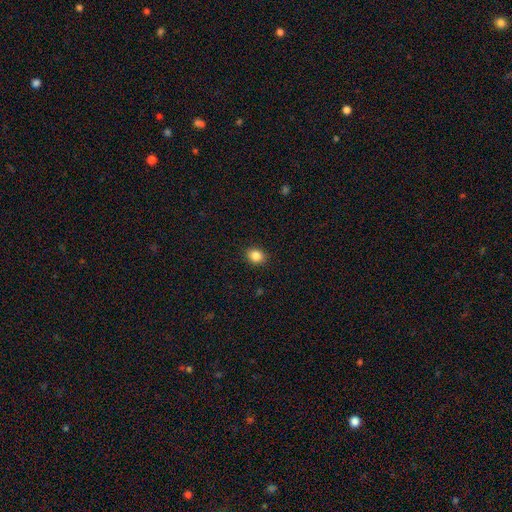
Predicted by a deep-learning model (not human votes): smooth-or-featured: smooth: 86% | star or artifact: 10% | featured or disk: 4%
  how-rounded: round: 62% | in between: 37% | cigar-shaped: 1%
  merging: none: 90% | minor disturbance: 7% | major disturbance: 2% | merger: 1%